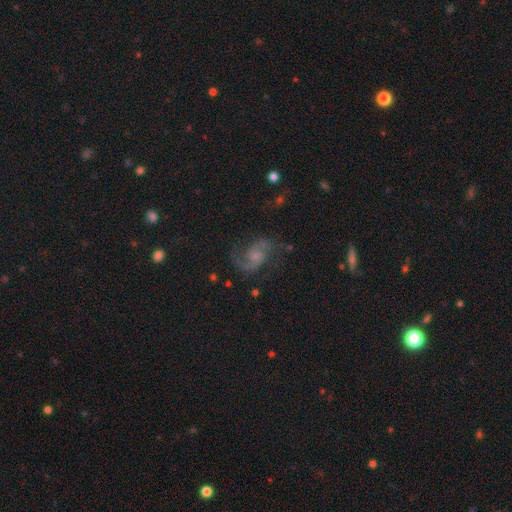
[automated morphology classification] Overall: featured or disk (83%). Edge-on disk: no (98%). Bar: no (59%; weak 35%). Spiral arms: yes (96%). Spiral arm count: 2 (90%). Spiral winding: medium (48%; loose 40%). Bulge size: small (49%; moderate 25%). Merging: none (69%).